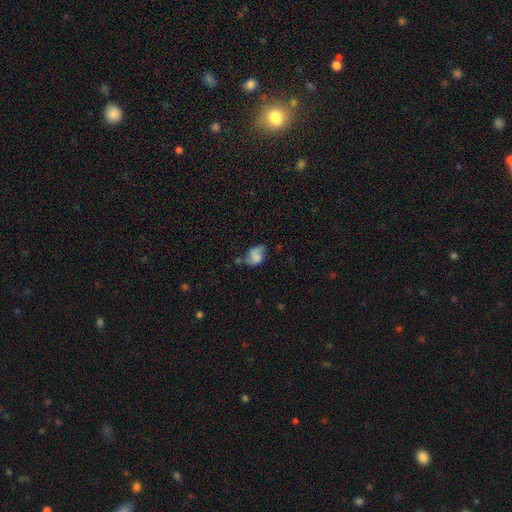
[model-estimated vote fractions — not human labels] smooth-or-featured: smooth: 56% | featured or disk: 33% | star or artifact: 11%
  how-rounded: in between: 71% | round: 27% | cigar-shaped: 2%
  merging: none: 39% | minor disturbance: 33% | major disturbance: 19% | merger: 8%